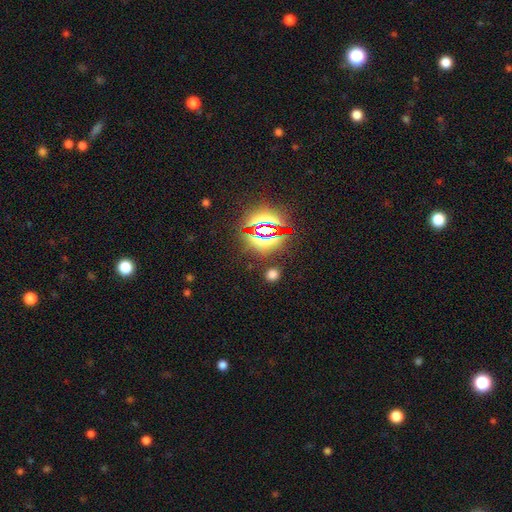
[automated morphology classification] Smooth or featured? Predicted: star or artifact (p=0.83).